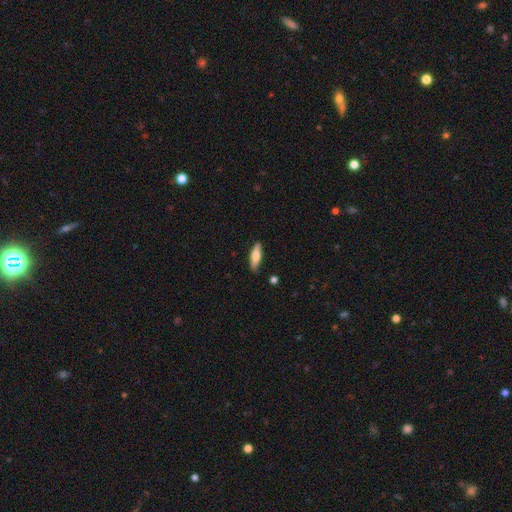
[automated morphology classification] smooth 68%, featured or disk 26%, star or artifact 6%. Down the decision tree: how rounded — cigar-shaped (55%); merging — none (84%).